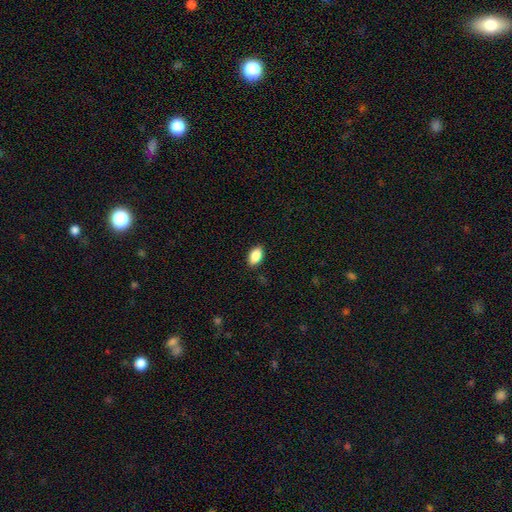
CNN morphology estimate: Q: Smooth or featured?
A: smooth (88%); runner-up: star or artifact (7%)
Q: How rounded?
A: in between (92%); runner-up: round (5%)
Q: Merging?
A: none (87%); runner-up: minor disturbance (10%)